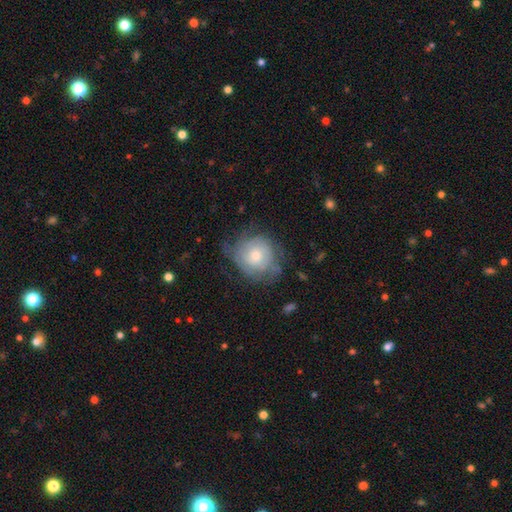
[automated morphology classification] Smooth or featured: featured or disk — 57% (smooth — 36%)
Edge-on disk: no — 97% (yes — 3%)
Bar: no — 81% (weak — 16%)
Spiral arms: yes — 77% (no — 23%)
Bulge size: moderate — 52% (small — 41%)
Merging: none — 58% (minor disturbance — 27%)